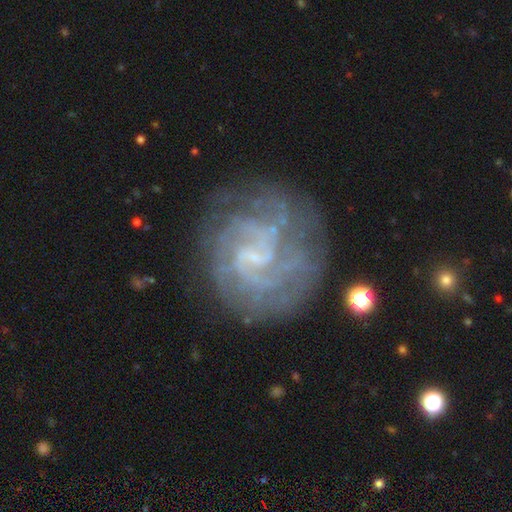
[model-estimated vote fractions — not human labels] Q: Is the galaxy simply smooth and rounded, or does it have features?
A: featured or disk — 84%.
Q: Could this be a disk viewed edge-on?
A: no — 98%.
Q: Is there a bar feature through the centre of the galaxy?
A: weak — 51%.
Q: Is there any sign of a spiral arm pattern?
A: yes — 92%.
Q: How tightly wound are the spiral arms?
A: tight — 55%.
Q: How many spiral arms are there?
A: can't tell — 34%.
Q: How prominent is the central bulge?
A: small — 58%.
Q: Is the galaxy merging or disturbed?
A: none — 70%.